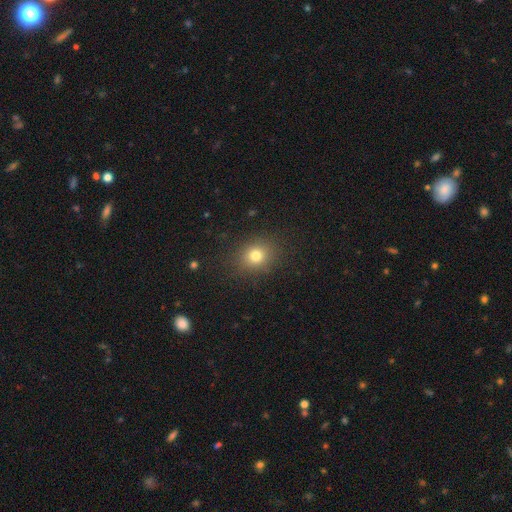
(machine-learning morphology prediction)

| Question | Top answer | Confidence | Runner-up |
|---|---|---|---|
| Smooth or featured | smooth | 77% | star or artifact (14%) |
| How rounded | round | 68% | in between (31%) |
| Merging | none | 86% | minor disturbance (9%) |